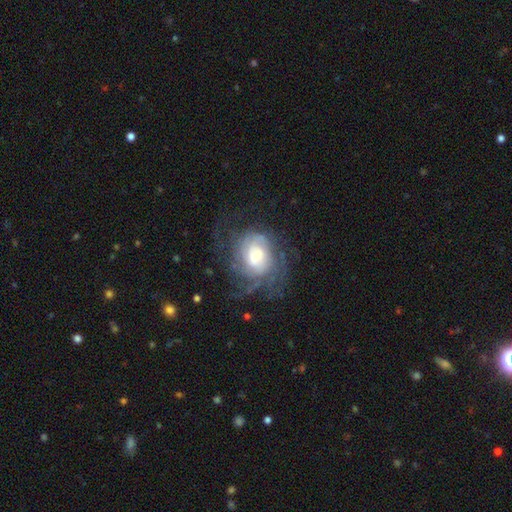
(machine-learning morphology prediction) type=featured or disk (79%); edge-on=no (97%); bar=no (52%); spiral arms=yes (92%); winding=tight (52%); arm count=can't tell (43%); bulge=moderate (49%); merging=none (62%).